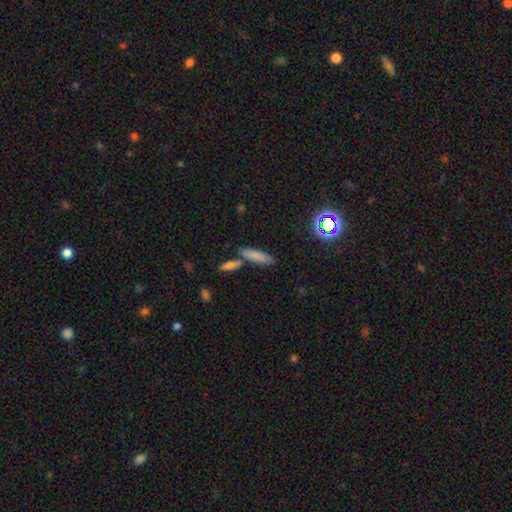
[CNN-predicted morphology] Overall: smooth (77%). How rounded: cigar-shaped (59%; in between 38%). Merging: none (63%).